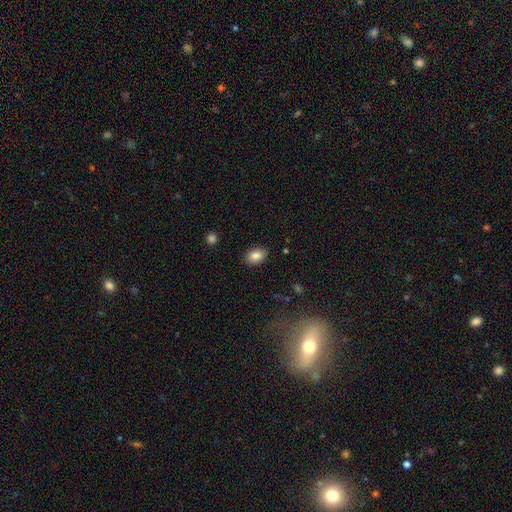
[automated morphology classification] The model was most divided on "how rounded": in between: 84%, round: 15%, cigar-shaped: 1%. More confident: merging — none (87%); smooth or featured — smooth (85%).